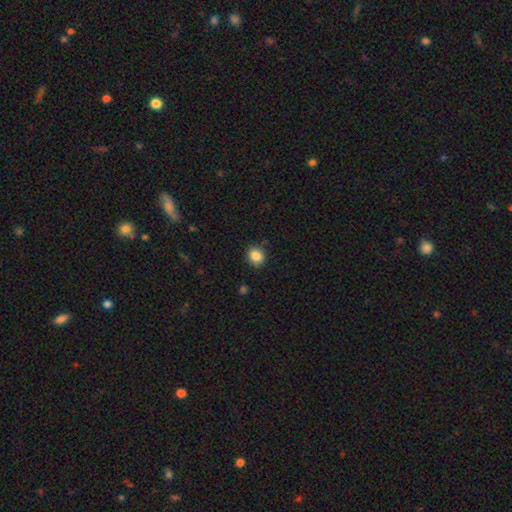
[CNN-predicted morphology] Smooth or featured: smooth — 86% (star or artifact — 10%)
How rounded: round — 70% (in between — 29%)
Merging: none — 87% (minor disturbance — 9%)